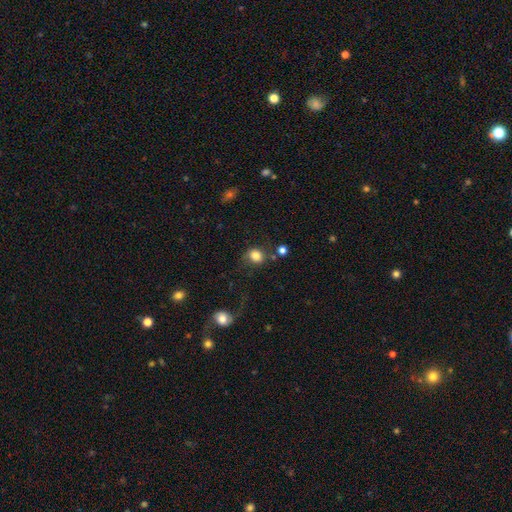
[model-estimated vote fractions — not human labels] Smooth or featured? Predicted: smooth (p=0.82). How rounded? Predicted: round (p=0.70). Merging? Predicted: none (p=0.68).